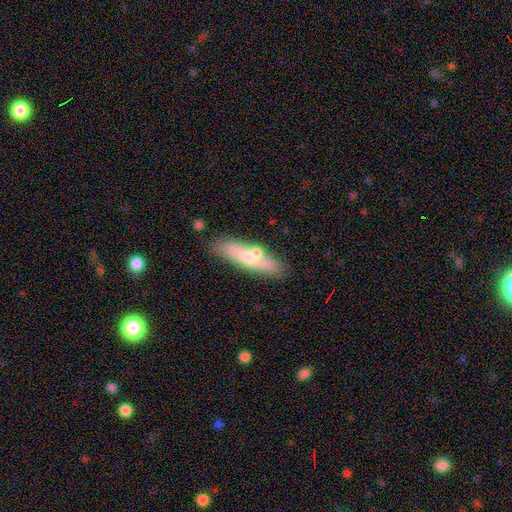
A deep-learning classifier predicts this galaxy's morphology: Smooth or featured: smooth — 54% (featured or disk — 38%)
How rounded: cigar-shaped — 69% (in between — 28%)
Merging: none — 74% (minor disturbance — 13%)